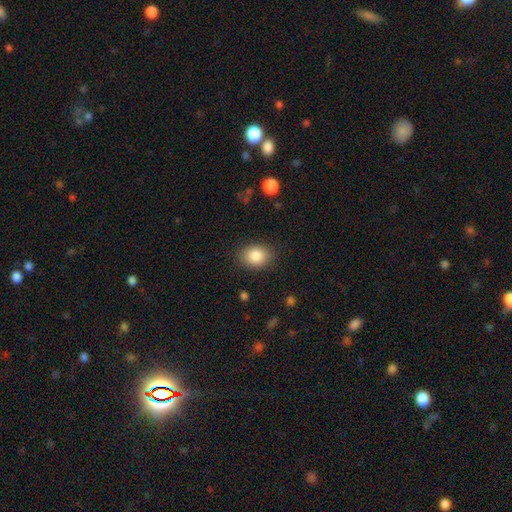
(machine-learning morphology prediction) The model was most divided on "how rounded": in between: 65%, round: 34%, cigar-shaped: 1%. More confident: smooth or featured — smooth (86%); merging — none (85%).